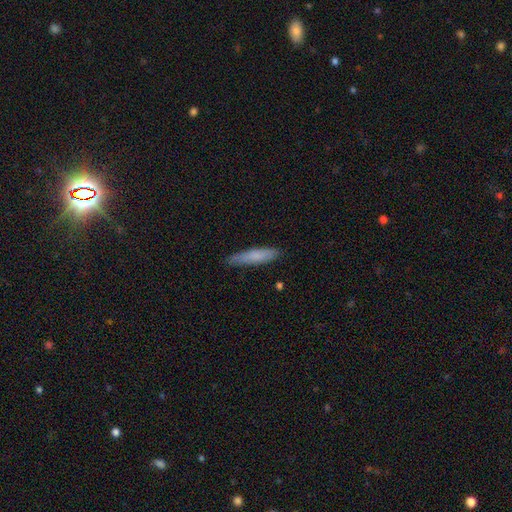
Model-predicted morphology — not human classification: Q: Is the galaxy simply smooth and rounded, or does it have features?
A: smooth — 77%.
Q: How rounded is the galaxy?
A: cigar-shaped — 84%.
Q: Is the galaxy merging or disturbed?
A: none — 83%.